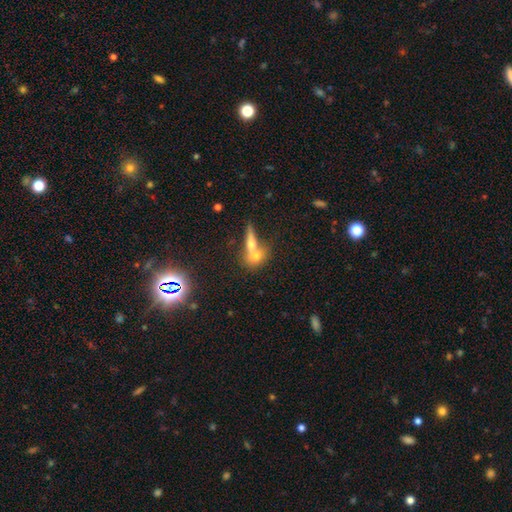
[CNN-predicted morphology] smooth 62%, featured or disk 27%, star or artifact 11%. Down the decision tree: how rounded — in between (48%); merging — merger (61%).